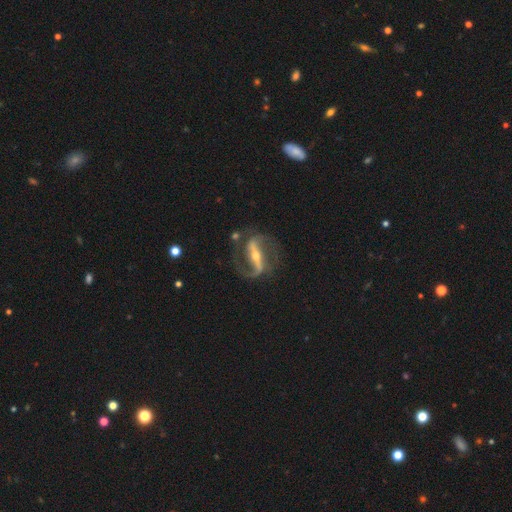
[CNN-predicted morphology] The model was most divided on "spiral winding": medium: 44%, loose: 40%, tight: 16%. More confident: spiral arms — yes (95%); edge-on disk — no (91%); smooth or featured — featured or disk (90%); spiral arm count — 2 (88%); bar — strong (77%); merging — none (71%); bulge size — small (54%).